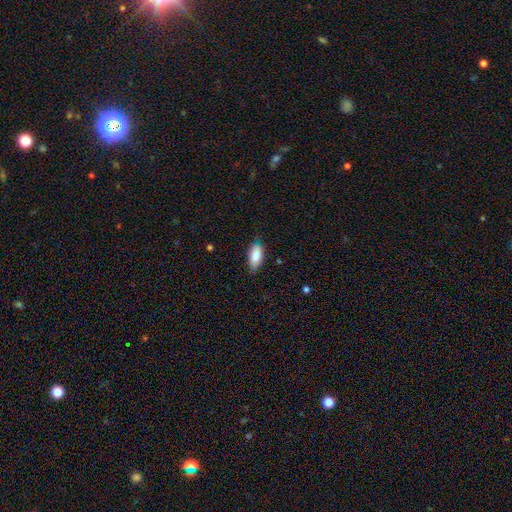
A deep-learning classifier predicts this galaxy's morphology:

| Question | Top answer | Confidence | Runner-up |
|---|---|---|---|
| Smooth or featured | smooth | 86% | featured or disk (8%) |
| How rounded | in between | 88% | cigar-shaped (10%) |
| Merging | none | 76% | minor disturbance (19%) |